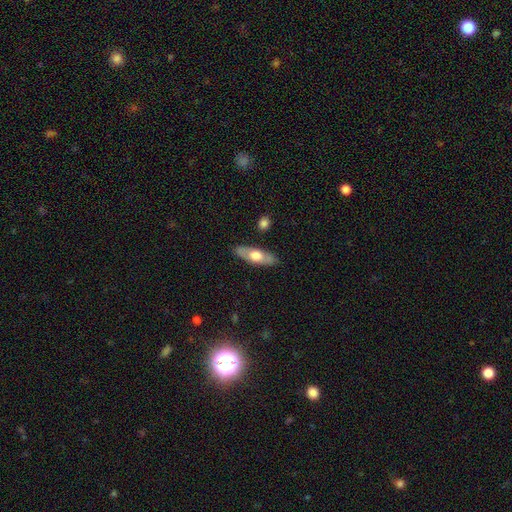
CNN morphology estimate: smooth_or_featured: smooth (p=0.53) [alt: featured or disk p=0.41]
how_rounded: in between (p=0.63) [alt: cigar-shaped p=0.34]
merging: none (p=0.86) [alt: minor disturbance p=0.10]